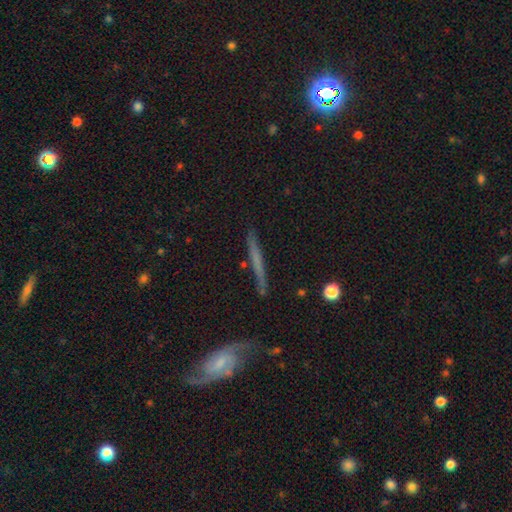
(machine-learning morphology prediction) This is possibly a featured or disk galaxy (55%). It is clearly viewed edge-on (89%). Merging: clearly none (80%).